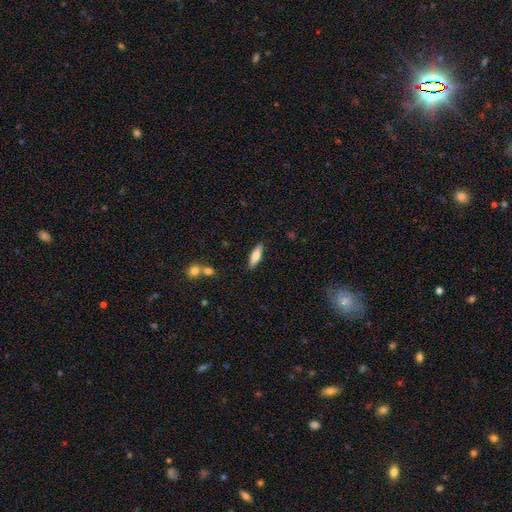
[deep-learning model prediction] smooth 62%, featured or disk 32%, star or artifact 6%. Down the decision tree: how rounded — cigar-shaped (52%); merging — none (86%).